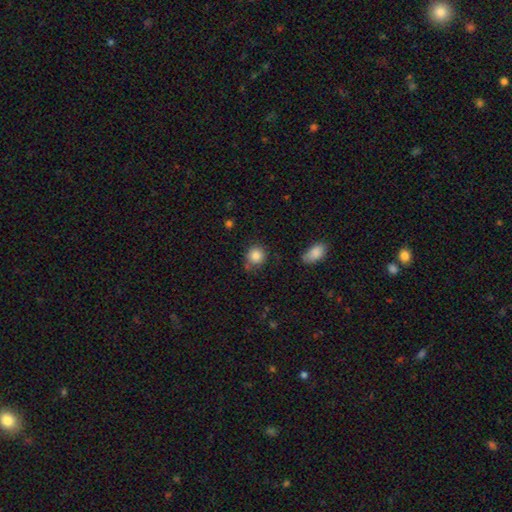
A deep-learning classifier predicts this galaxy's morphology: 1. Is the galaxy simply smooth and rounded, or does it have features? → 85% smooth, 9% star or artifact, 5% featured or disk.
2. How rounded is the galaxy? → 88% round, 11% in between, 1% cigar-shaped.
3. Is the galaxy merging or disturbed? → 74% none, 17% minor disturbance, 5% merger, 4% major disturbance.